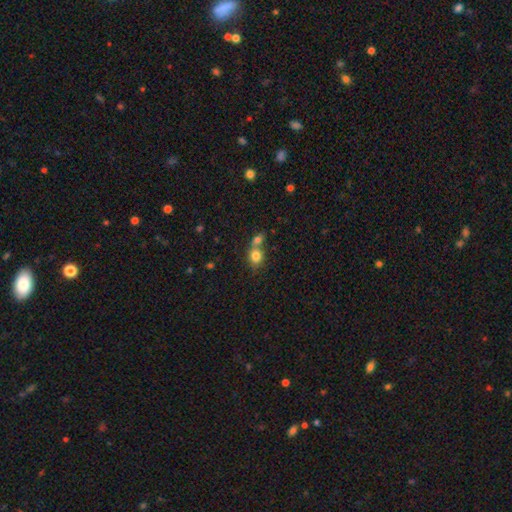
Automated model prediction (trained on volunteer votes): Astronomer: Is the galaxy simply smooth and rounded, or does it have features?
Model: smooth — 80%.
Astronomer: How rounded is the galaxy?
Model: round — 60% (runner-up: in between, 39%).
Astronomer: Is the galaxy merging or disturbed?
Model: merger — 55% (runner-up: none, 33%).